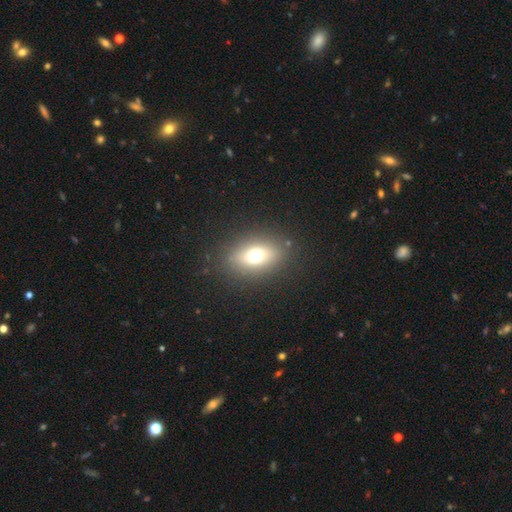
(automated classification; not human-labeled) Smooth or featured? smooth (64%)
How rounded? in between (67%)
Merging? none (85%)